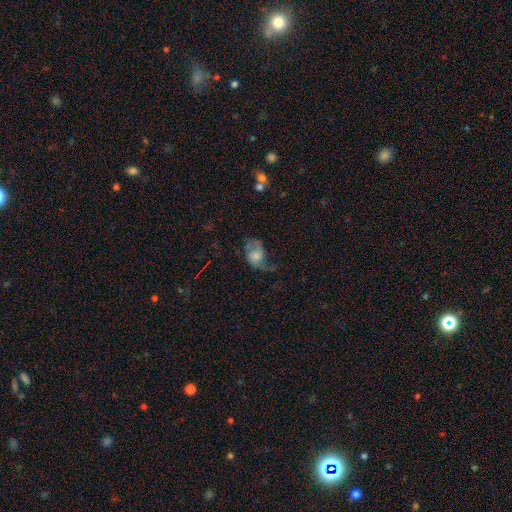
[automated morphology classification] The model was most divided on "smooth or featured": smooth: 46%, featured or disk: 44%, star or artifact: 10%. Remaining: merging — major disturbance (43%).